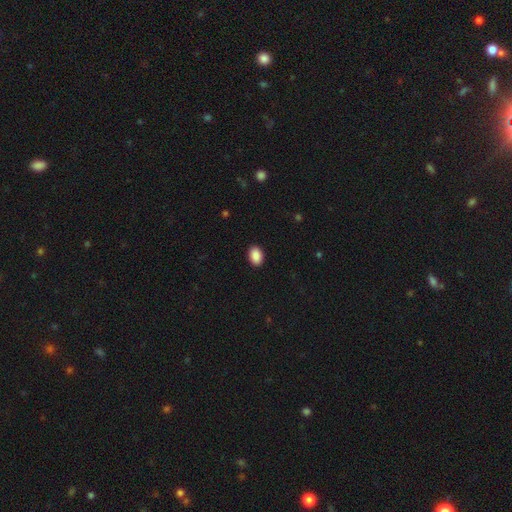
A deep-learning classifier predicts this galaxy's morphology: The model was most divided on "how rounded": in between: 82%, round: 17%, cigar-shaped: 1%. More confident: merging — none (91%); smooth or featured — smooth (90%).